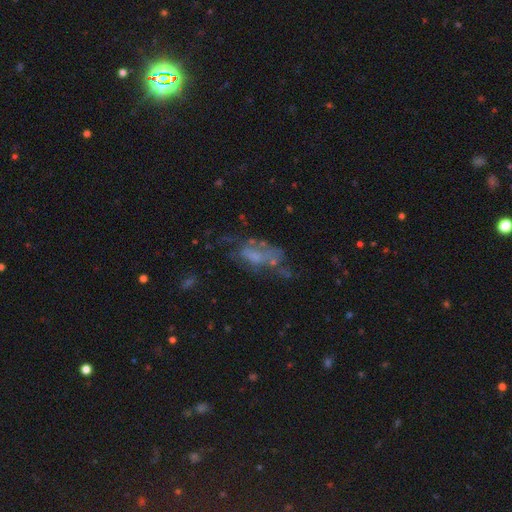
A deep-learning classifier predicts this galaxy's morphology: This is possibly a featured or disk galaxy (53%). It is clearly not viewed edge-on (93%). Merging: marginally major disturbance (36%).